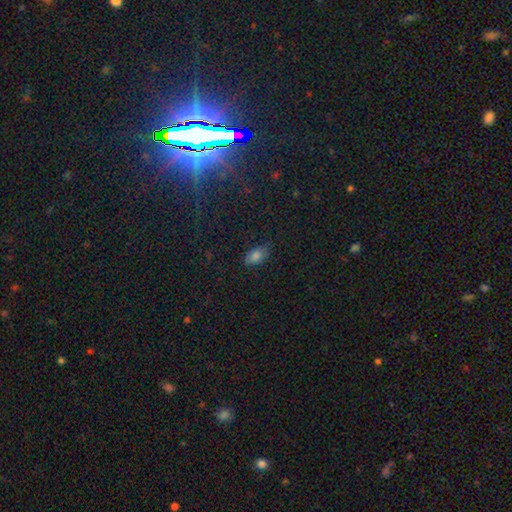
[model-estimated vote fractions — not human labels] Smooth or featured?
  - smooth: 77% *
  - star or artifact: 13%
  - featured or disk: 10%
How rounded?
  - in between: 90% *
  - round: 7%
  - cigar-shaped: 3%
Merging?
  - none: 75% *
  - minor disturbance: 20%
  - major disturbance: 4%
  - merger: 1%